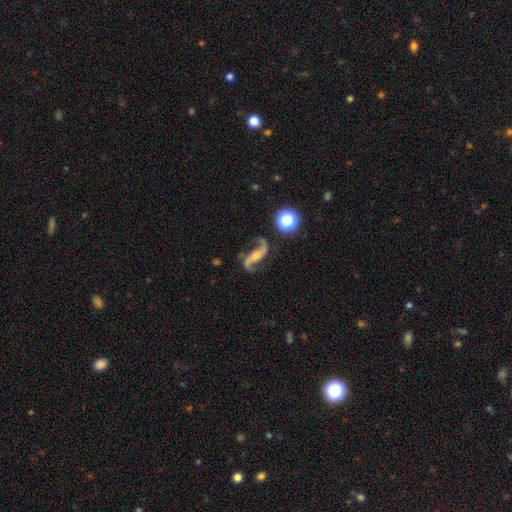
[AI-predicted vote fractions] smooth-or-featured: featured or disk: 87% | star or artifact: 7% | smooth: 6%
  disk-edge-on: no: 94% | yes: 6%
    bar: no: 40% | strong: 33% | weak: 27%
    has-spiral-arms: yes: 97% | no: 3%
      spiral-winding: loose: 79% | medium: 17% | tight: 5%
      spiral-arm-count: 2: 94% | 1: 2% | can't tell: 2% | 3: 1% | 4: 1% | more than 4: 1%
    bulge-size: moderate: 45% | small: 43% | none: 5% | large: 5% | dominant: 2%
  merging: none: 77% | minor disturbance: 13% | major disturbance: 7% | merger: 3%